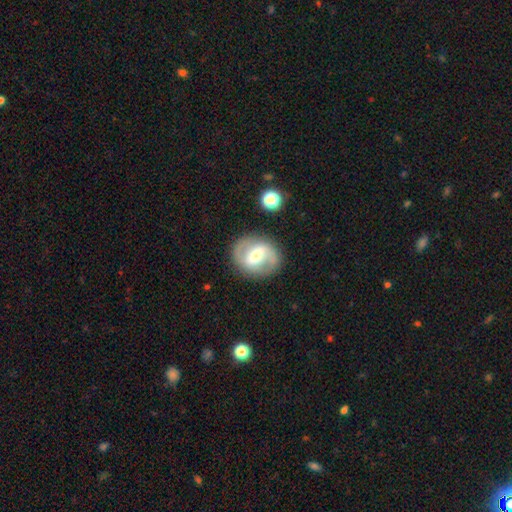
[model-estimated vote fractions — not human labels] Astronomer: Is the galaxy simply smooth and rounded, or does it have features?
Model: featured or disk — 75%.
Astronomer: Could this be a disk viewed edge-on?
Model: no — 97%.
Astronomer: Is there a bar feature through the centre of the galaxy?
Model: strong — 43% (runner-up: weak, 41%).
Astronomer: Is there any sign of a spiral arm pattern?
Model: yes — 83%.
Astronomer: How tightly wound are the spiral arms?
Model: medium — 48% (runner-up: loose, 31%).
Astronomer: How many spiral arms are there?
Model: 2 — 88%.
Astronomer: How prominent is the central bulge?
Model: moderate — 49% (runner-up: small, 43%).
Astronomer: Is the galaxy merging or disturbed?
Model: none — 83%.